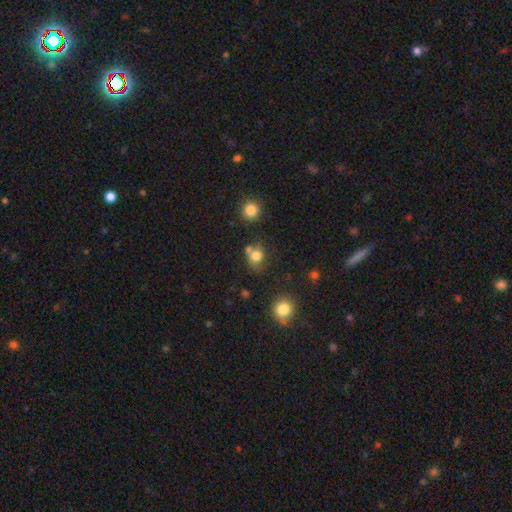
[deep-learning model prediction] Overall: smooth (78%). How rounded: round (73%). Merging: none (55%; merger 23%).